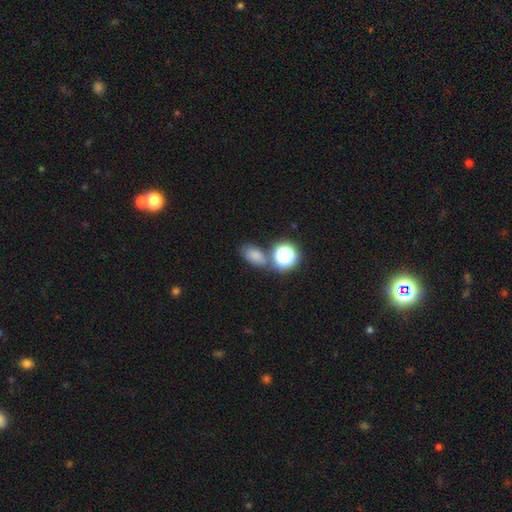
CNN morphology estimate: A smooth galaxy with no disk features (72%) that is in between round and cigar-shaped (78%).

Vote fractions:
- Smooth or featured? smooth: 72% / star or artifact: 19% / featured or disk: 9%
- How rounded? in between: 78% / round: 20% / cigar-shaped: 2%
- Merging? none: 61% / merger: 18% / minor disturbance: 15% / major disturbance: 6%